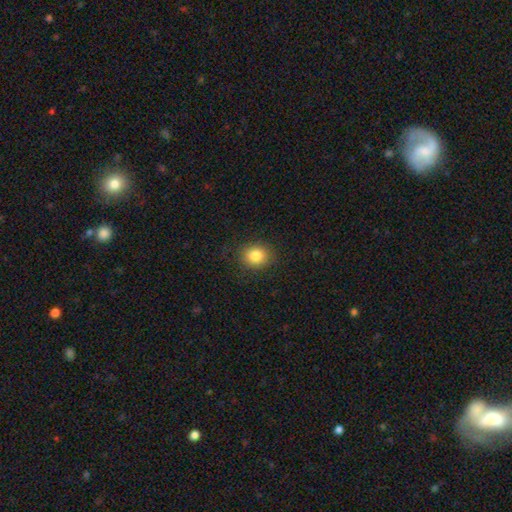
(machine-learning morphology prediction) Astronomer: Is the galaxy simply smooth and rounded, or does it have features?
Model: smooth — 83%.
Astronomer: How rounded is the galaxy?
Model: round — 74%.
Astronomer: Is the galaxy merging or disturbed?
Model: none — 88%.